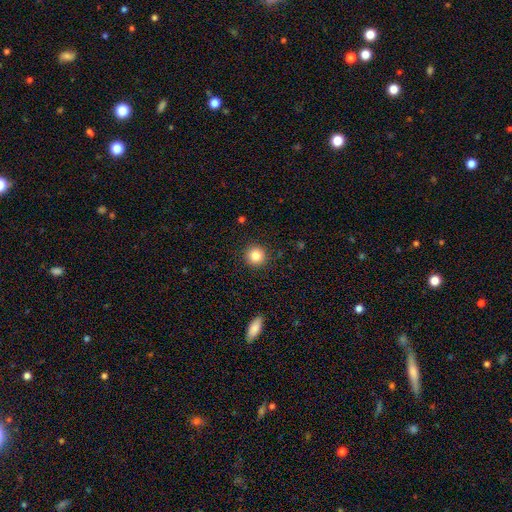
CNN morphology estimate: type=smooth (84%); roundness=round (94%); merging=none (91%).